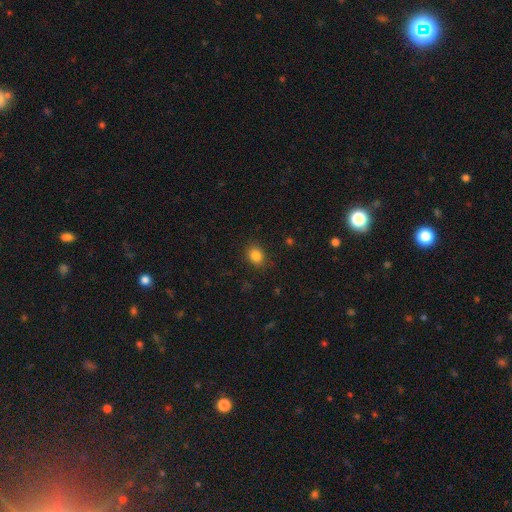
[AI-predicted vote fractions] A smooth galaxy with no disk features (84%) that is round (53%). Merging: none (86%).